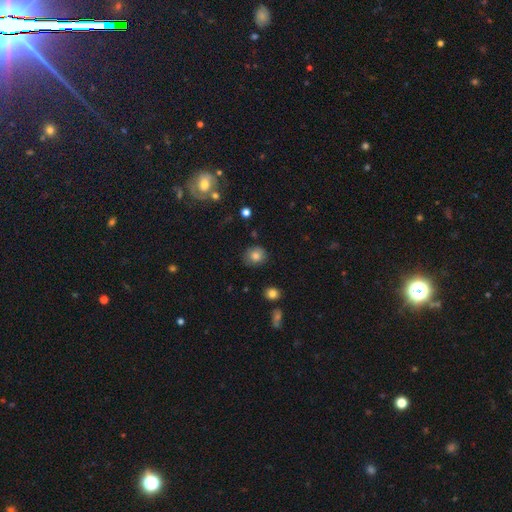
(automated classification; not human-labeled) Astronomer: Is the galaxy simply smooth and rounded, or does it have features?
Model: smooth — 80%.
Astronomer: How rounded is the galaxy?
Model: round — 75%.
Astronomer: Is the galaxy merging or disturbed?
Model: none — 82%.